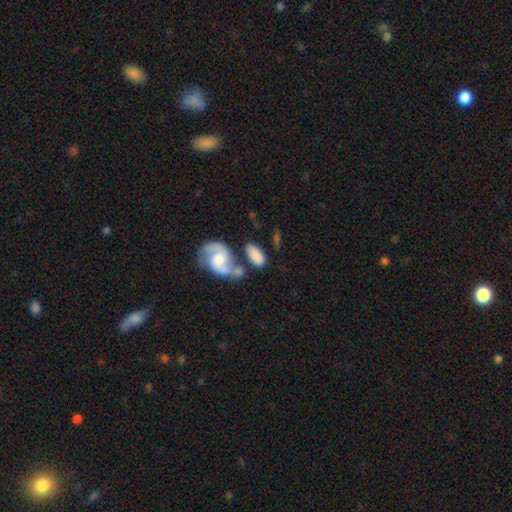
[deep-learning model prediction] smooth-or-featured: smooth: 67% | featured or disk: 26% | star or artifact: 7%
  how-rounded: in between: 91% | round: 5% | cigar-shaped: 4%
  merging: none: 38% | merger: 37% | minor disturbance: 15% | major disturbance: 9%